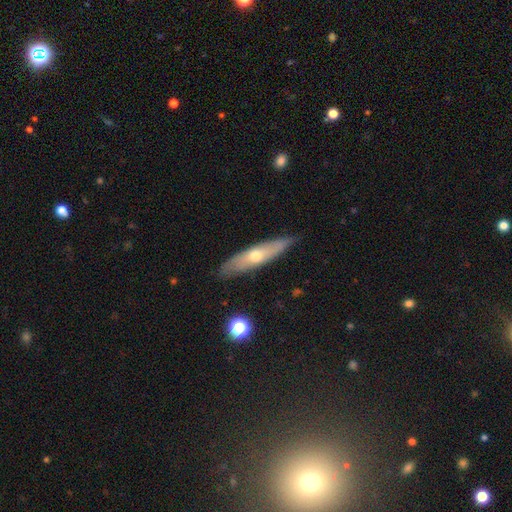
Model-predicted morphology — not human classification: Smooth or featured? featured or disk (52%)
Edge-on disk? yes (72%)
Merging? none (87%)